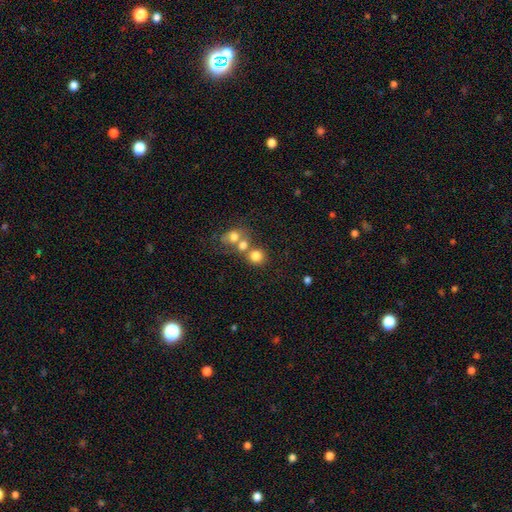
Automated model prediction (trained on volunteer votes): smooth-or-featured: smooth: 77% | star or artifact: 12% | featured or disk: 11%
  how-rounded: round: 84% | in between: 15% | cigar-shaped: 1%
  merging: none: 47% | merger: 41% | minor disturbance: 8% | major disturbance: 5%